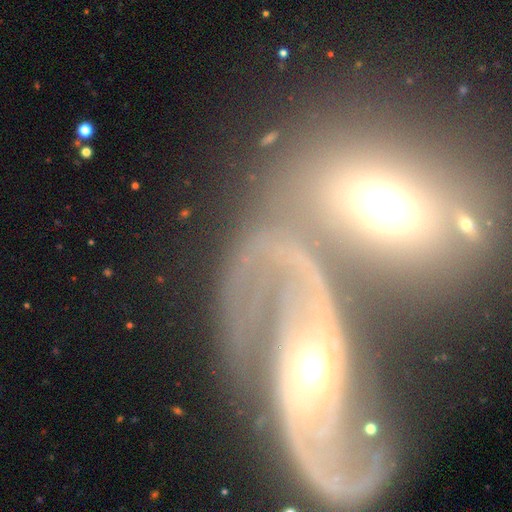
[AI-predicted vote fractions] A featured or disk galaxy (77%) with no bar (52%), 2 (83%) medium (42%) spiral arms (89%) and a moderate central bulge (60%).

Vote fractions:
- Smooth or featured? featured or disk: 77% / smooth: 15% / star or artifact: 8%
- Edge-on disk? no: 93% / yes: 7%
- Bar? no: 52% / weak: 29% / strong: 19%
- Spiral arms? yes: 89% / no: 11%
- Spiral winding? medium: 42% / loose: 37% / tight: 22%
- Spiral arm count? 2: 83% / can't tell: 7% / 1: 5% / 3: 3% / 4: 2% / more than 4: 2%
- Bulge size? moderate: 60% / small: 24% / large: 11% / dominant: 3% / none: 2%
- Merging? merger: 50% / none: 28% / major disturbance: 11% / minor disturbance: 11%